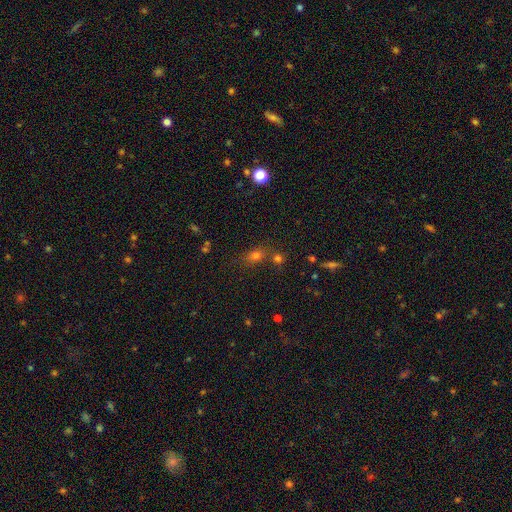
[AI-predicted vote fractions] smooth-or-featured: smooth: 65% | star or artifact: 26% | featured or disk: 9%
  how-rounded: in between: 54% | round: 42% | cigar-shaped: 4%
  merging: none: 65% | merger: 18% | minor disturbance: 12% | major disturbance: 5%